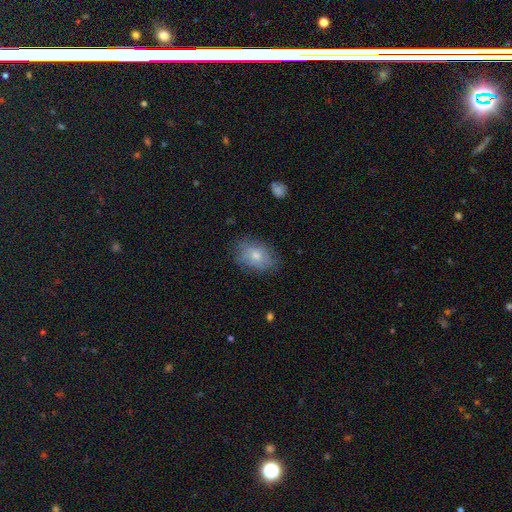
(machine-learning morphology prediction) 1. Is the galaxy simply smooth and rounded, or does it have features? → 63% smooth, 29% featured or disk, 8% star or artifact.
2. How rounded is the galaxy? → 81% in between, 18% round, 1% cigar-shaped.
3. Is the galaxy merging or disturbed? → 68% none, 23% minor disturbance, 8% major disturbance, 1% merger.